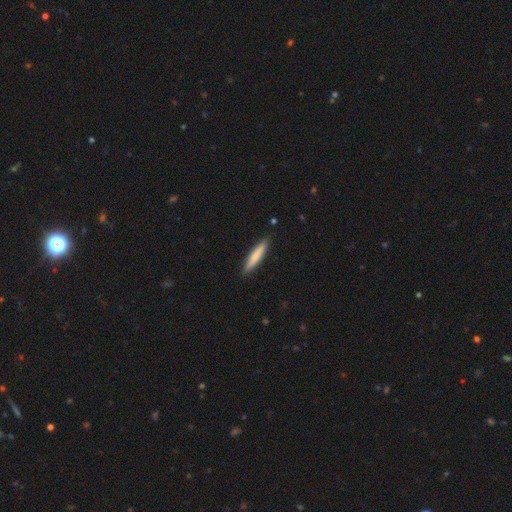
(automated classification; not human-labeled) Smooth or featured?
  - smooth: 77% *
  - featured or disk: 18%
  - star or artifact: 5%
How rounded?
  - cigar-shaped: 90% *
  - in between: 9%
  - round: 1%
Merging?
  - none: 89% *
  - minor disturbance: 8%
  - major disturbance: 2%
  - merger: 1%